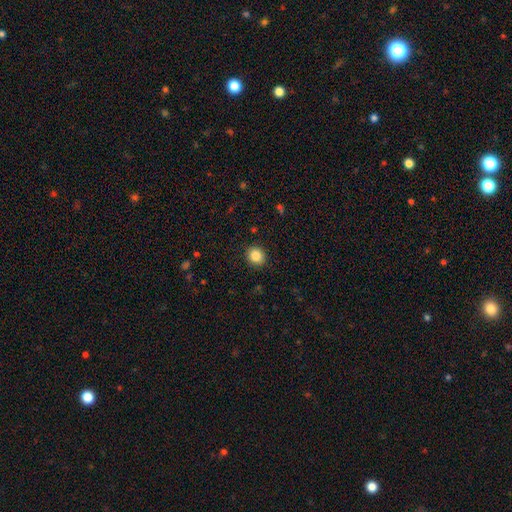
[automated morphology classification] A smooth galaxy with no disk features (85%) that is round (78%). Merging: none (91%).